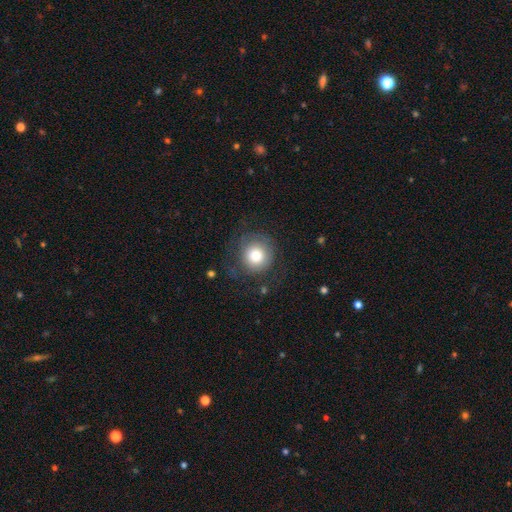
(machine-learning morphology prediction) This appears to be a smooth galaxy with no disk features (75%) that is round (92%). Merging: none (70%).